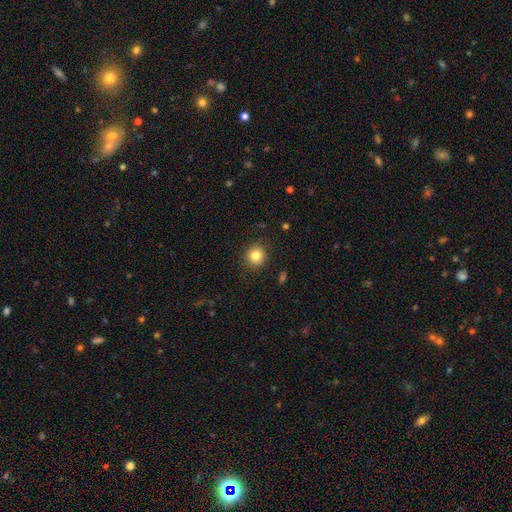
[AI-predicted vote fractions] This appears to be a smooth galaxy with no disk features (82%) that is round (92%). Merging: none (90%).